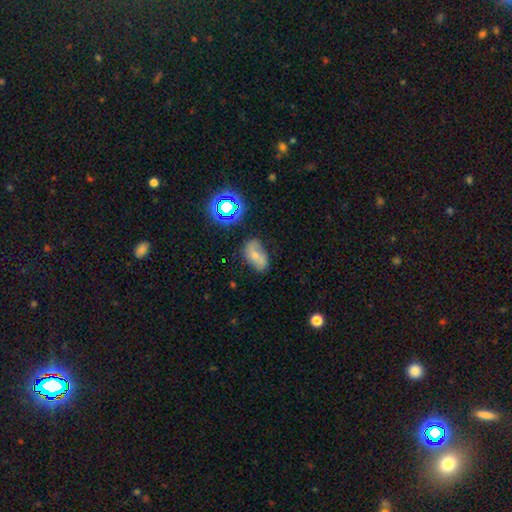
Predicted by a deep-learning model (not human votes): Smooth or featured?
  - smooth: 49% *
  - featured or disk: 36%
  - star or artifact: 15%
Merging?
  - none: 58% *
  - minor disturbance: 27%
  - major disturbance: 9%
  - merger: 5%